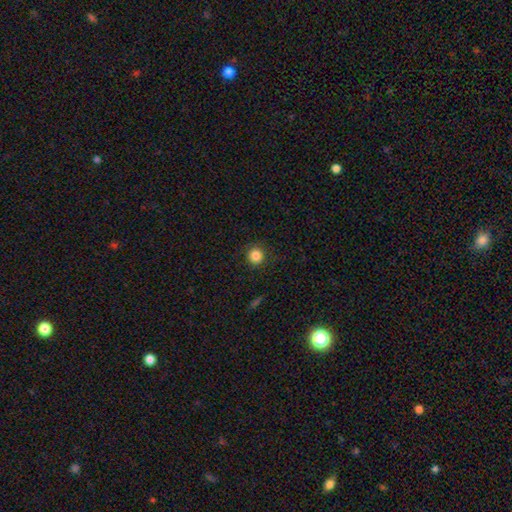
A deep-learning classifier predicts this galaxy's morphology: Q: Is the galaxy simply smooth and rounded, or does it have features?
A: smooth — 84%.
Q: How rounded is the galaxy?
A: round — 93%.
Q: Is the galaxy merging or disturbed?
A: none — 88%.